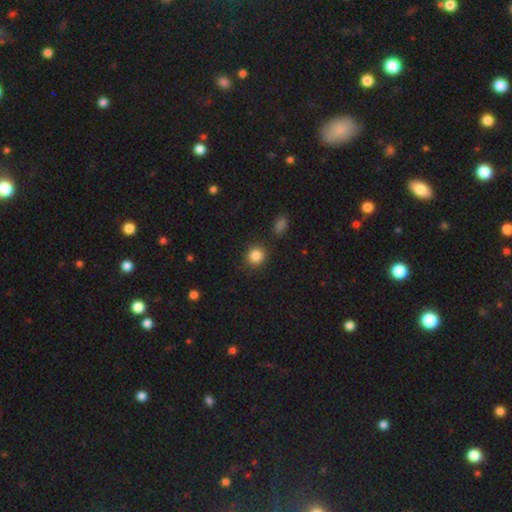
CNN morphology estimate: A smooth galaxy with no disk features (86%) that is round (85%).

Vote fractions:
- Smooth or featured? smooth: 86% / star or artifact: 10% / featured or disk: 4%
- How rounded? round: 85% / in between: 14% / cigar-shaped: 1%
- Merging? none: 86% / minor disturbance: 8% / merger: 3% / major disturbance: 3%